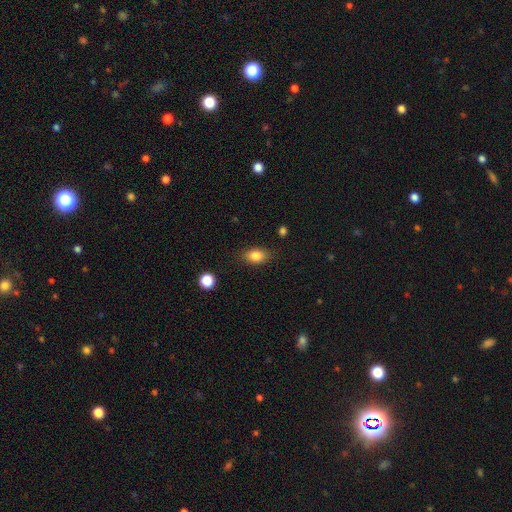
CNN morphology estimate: type=smooth (84%); roundness=in between (82%); merging=none (83%).